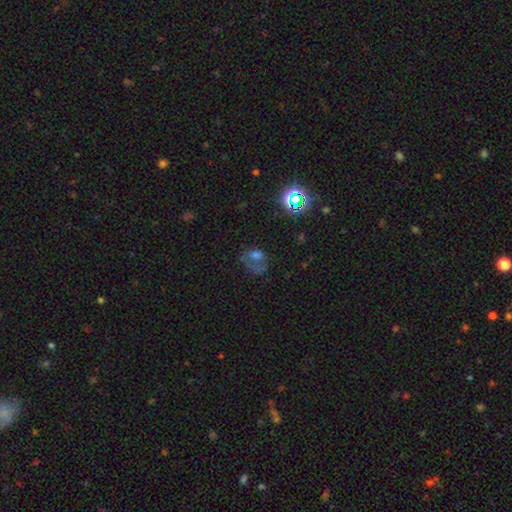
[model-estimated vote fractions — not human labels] Smooth or featured: smooth — 43% (featured or disk — 30%)
Merging: major disturbance — 38% (none — 34%)